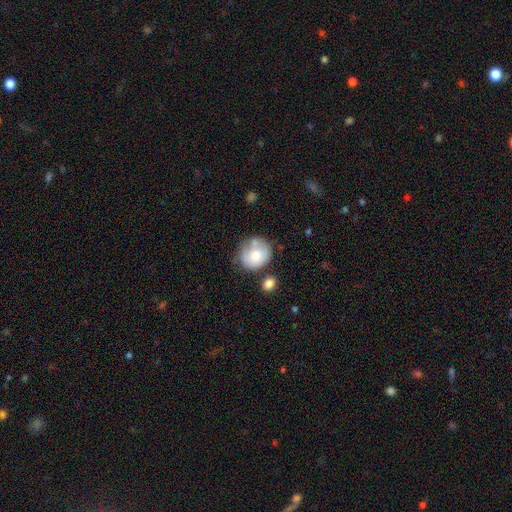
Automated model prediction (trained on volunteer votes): Smooth or featured? Predicted: smooth (p=0.68). How rounded? Predicted: round (p=0.75). Merging? Predicted: none (p=0.47).